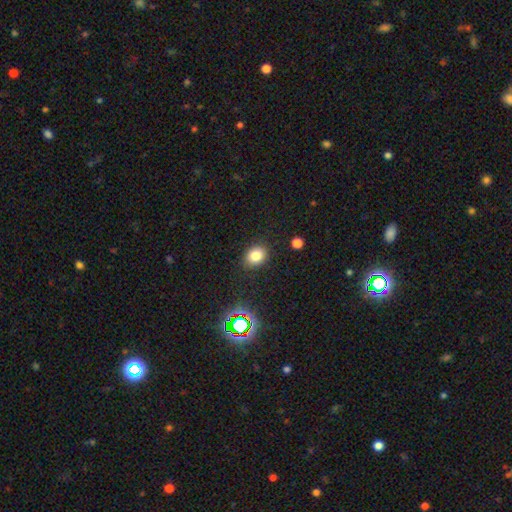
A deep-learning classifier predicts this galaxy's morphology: Smooth or featured?
  - smooth: 79% *
  - star or artifact: 14%
  - featured or disk: 7%
How rounded?
  - in between: 51% *
  - round: 48%
  - cigar-shaped: 1%
Merging?
  - none: 86% *
  - minor disturbance: 9%
  - major disturbance: 3%
  - merger: 2%